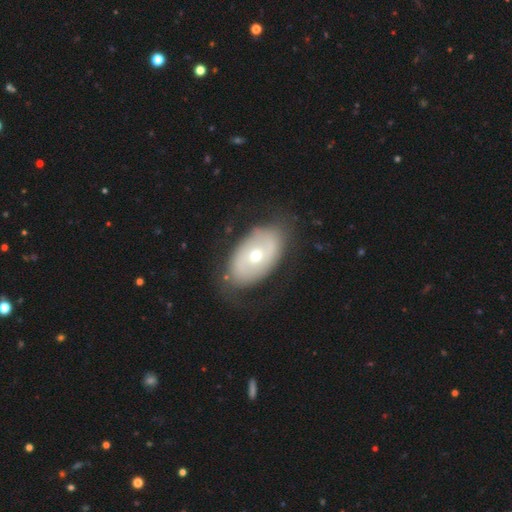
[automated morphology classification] Smooth or featured?
  - featured or disk: 52% *
  - smooth: 41%
  - star or artifact: 6%
Edge-on disk?
  - no: 91% *
  - yes: 9%
Merging?
  - none: 75% *
  - minor disturbance: 16%
  - major disturbance: 7%
  - merger: 1%